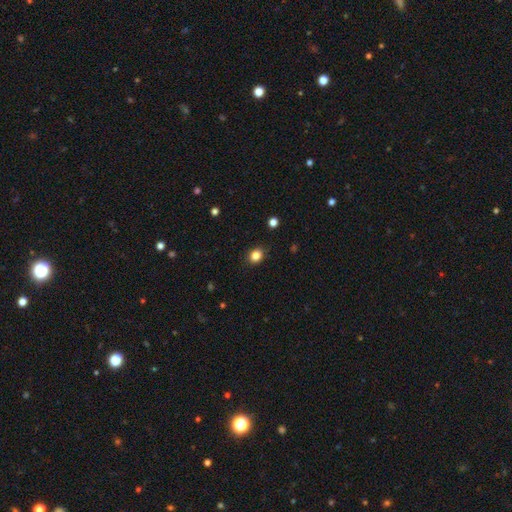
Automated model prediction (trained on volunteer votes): Overall: smooth (85%). How rounded: round (54%; in between 45%). Merging: none (88%).